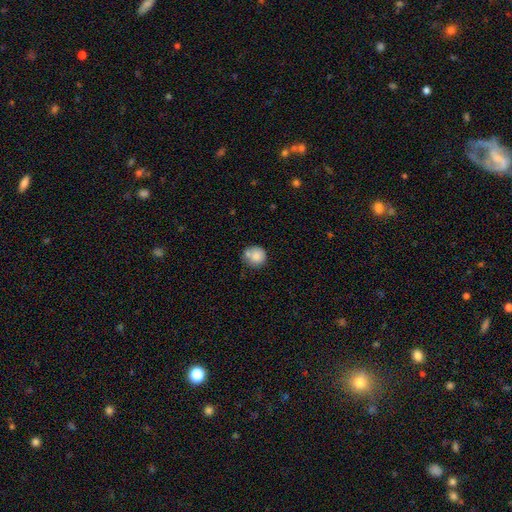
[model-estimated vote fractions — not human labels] Smooth or featured?
  - smooth: 81% *
  - featured or disk: 10%
  - star or artifact: 8%
How rounded?
  - round: 89% *
  - in between: 10%
  - cigar-shaped: 1%
Merging?
  - none: 56% *
  - merger: 23%
  - minor disturbance: 16%
  - major disturbance: 5%